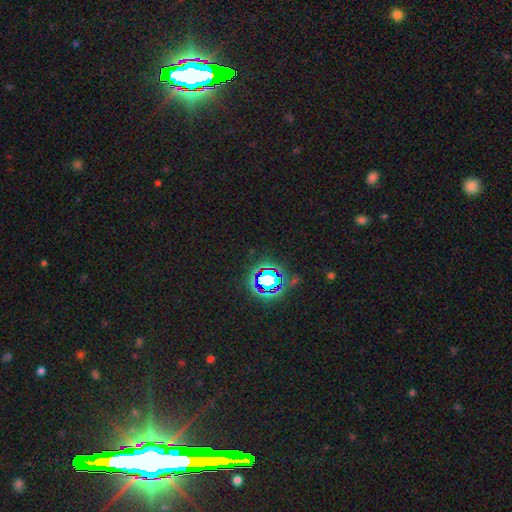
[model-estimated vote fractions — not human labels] This appears to be a star or artifact, not a galaxy (83%).